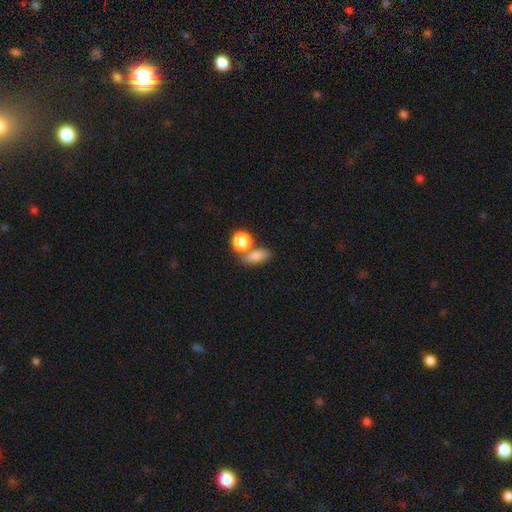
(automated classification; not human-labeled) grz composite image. It shows a smooth galaxy with no disk features (80%) that is in between round and cigar-shaped (70%). Merging: none (53%).